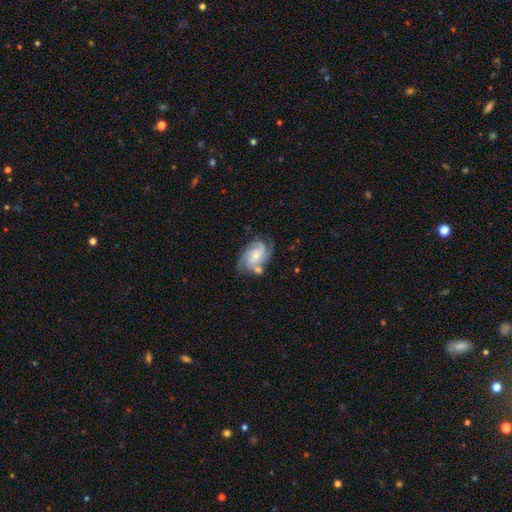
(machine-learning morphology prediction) featured or disk 79%, smooth 15%, star or artifact 6%. Down the decision tree: edge-on disk — no (97%); bar — no (58%); spiral arms — yes (95%); spiral arm count — 3 (44%); spiral winding — tight (45%); bulge size — small (54%); merging — none (55%).